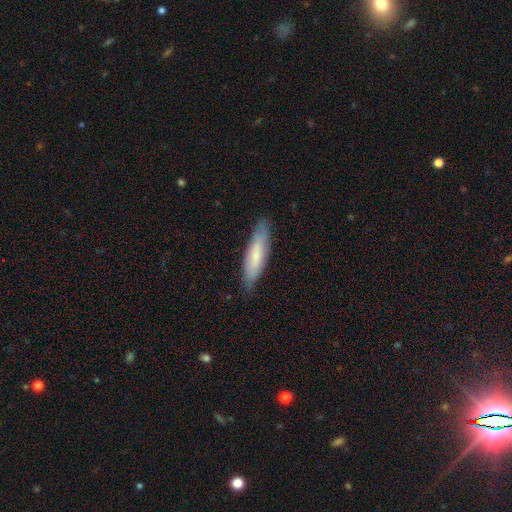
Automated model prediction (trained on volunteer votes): This is likely a smooth galaxy (68%). How rounded: likely cigar-shaped (70%). Merging: clearly none (82%).